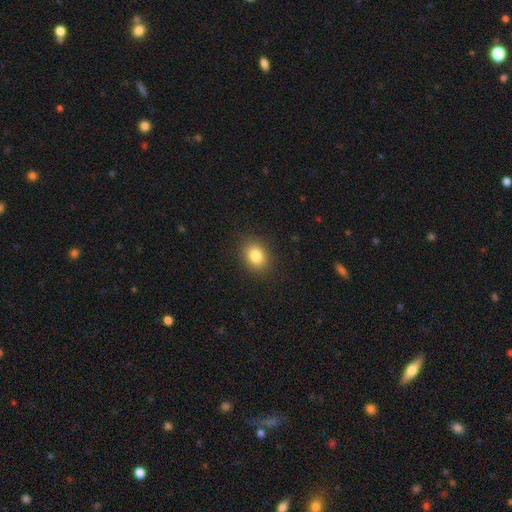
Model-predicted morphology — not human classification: Smooth or featured? smooth (83%)
How rounded? in between (55%)
Merging? none (88%)